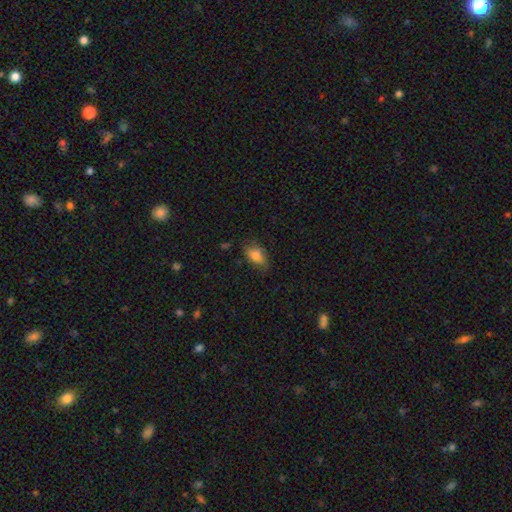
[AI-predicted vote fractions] This appears to be a smooth galaxy with no disk features (79%) that is in between round and cigar-shaped (88%). Merging: none (64%).